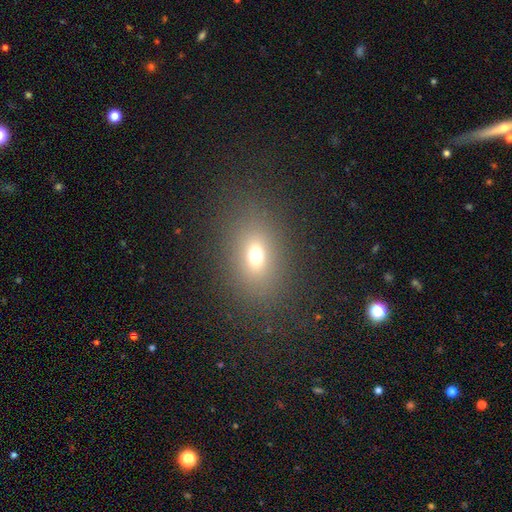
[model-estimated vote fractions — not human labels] Overall: smooth (68%). How rounded: in between (63%; round 35%). Merging: none (81%).